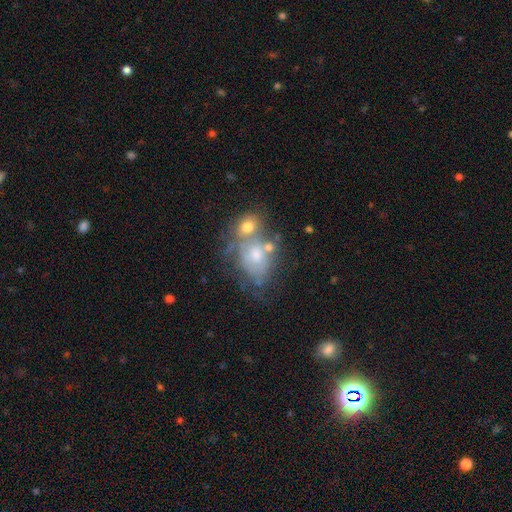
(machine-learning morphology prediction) Q: Smooth or featured?
A: smooth (49%); runner-up: featured or disk (41%)
Q: Merging?
A: merger (45%); runner-up: none (24%)